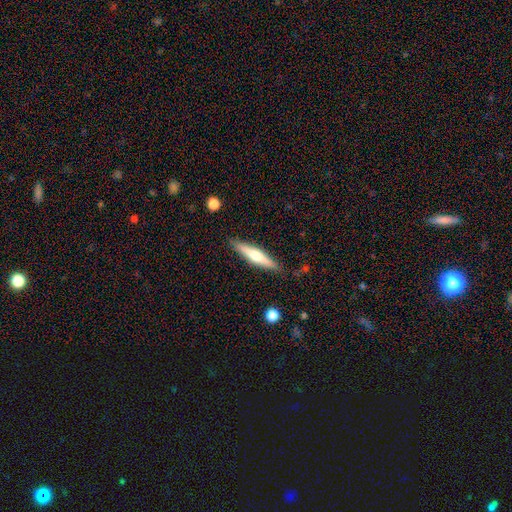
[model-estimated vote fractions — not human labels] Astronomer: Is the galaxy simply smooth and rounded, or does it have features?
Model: featured or disk — 53% (runner-up: smooth, 42%).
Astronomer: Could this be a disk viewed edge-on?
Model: yes — 96%.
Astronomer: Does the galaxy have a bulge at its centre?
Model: rounded — 86%.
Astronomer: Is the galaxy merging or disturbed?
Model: none — 87%.